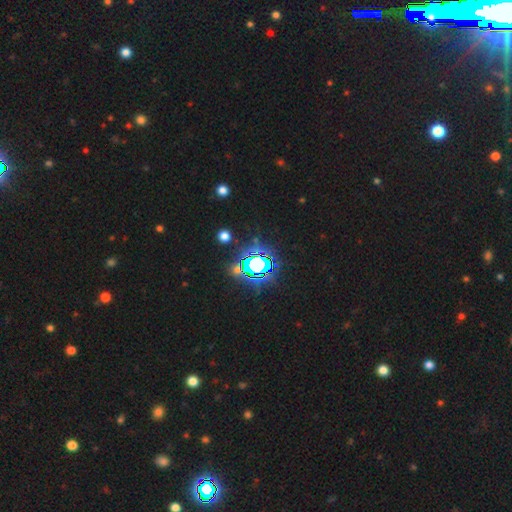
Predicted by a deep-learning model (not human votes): This is clearly a star or artifact rather than a galaxy (83%).